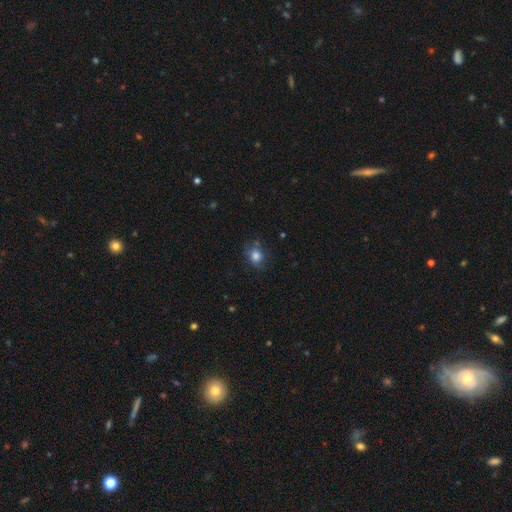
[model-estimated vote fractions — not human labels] This is likely a smooth galaxy (74%). How rounded: possibly round (60%). Merging: likely none (67%).